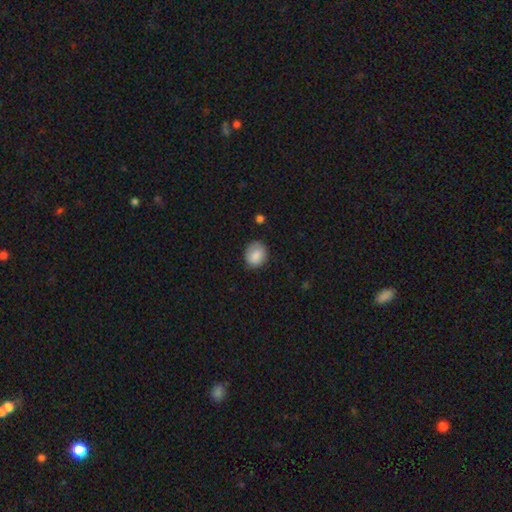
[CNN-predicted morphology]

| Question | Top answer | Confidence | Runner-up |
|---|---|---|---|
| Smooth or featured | smooth | 84% | featured or disk (8%) |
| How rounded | round | 66% | in between (33%) |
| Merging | none | 77% | minor disturbance (17%) |